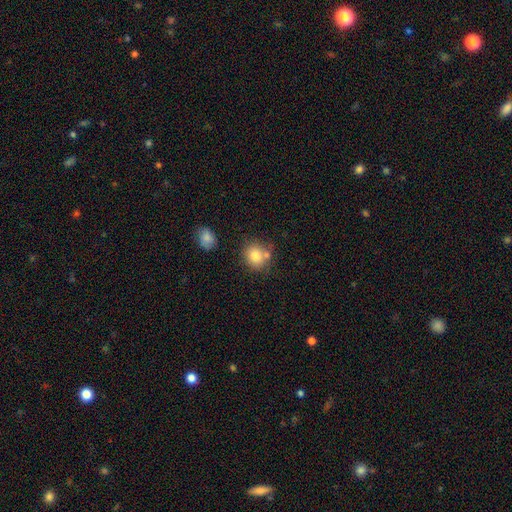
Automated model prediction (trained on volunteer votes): smooth_or_featured: smooth (p=0.80) [alt: featured or disk p=0.10]
how_rounded: round (p=0.75) [alt: in between p=0.24]
merging: none (p=0.63) [alt: merger p=0.19]